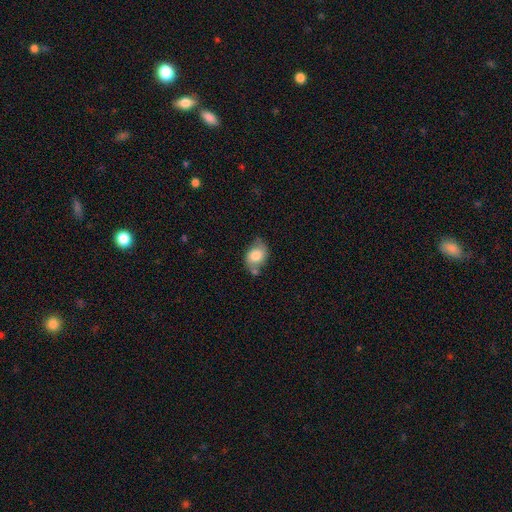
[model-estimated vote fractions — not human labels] A smooth galaxy with no disk features (72%) that is in between round and cigar-shaped (70%). Merging: none (52%).